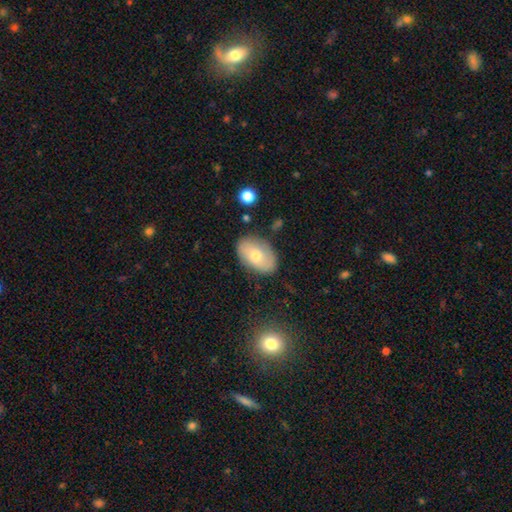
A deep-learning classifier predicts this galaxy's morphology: type=smooth (63%); roundness=in between (90%); merging=none (80%).